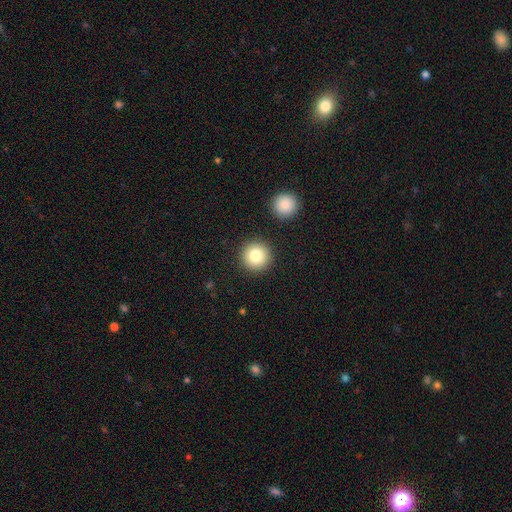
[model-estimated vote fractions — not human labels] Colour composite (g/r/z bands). It shows a smooth galaxy with no disk features (80%) that is round (96%). Merging: none (89%).